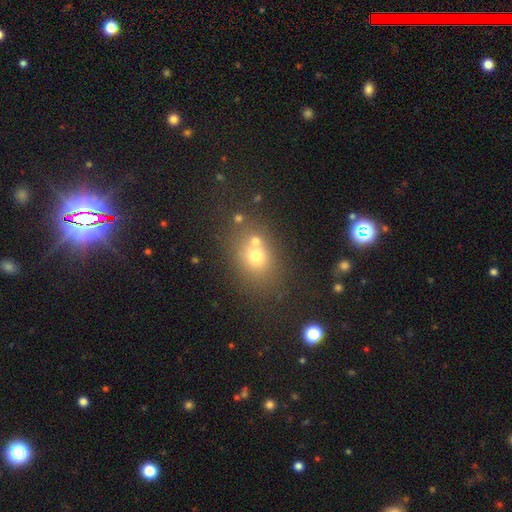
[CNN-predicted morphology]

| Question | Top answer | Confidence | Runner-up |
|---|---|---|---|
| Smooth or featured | smooth | 67% | star or artifact (17%) |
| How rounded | in between | 50% | round (49%) |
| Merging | none | 57% | merger (26%) |